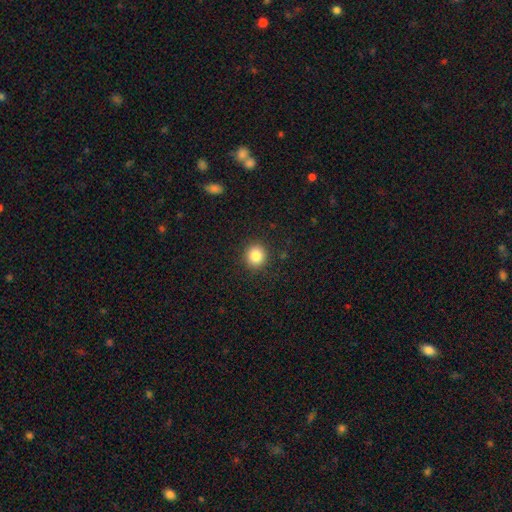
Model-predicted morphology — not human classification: This is clearly a smooth galaxy (84%). How rounded: clearly round (89%). Merging: clearly none (90%).